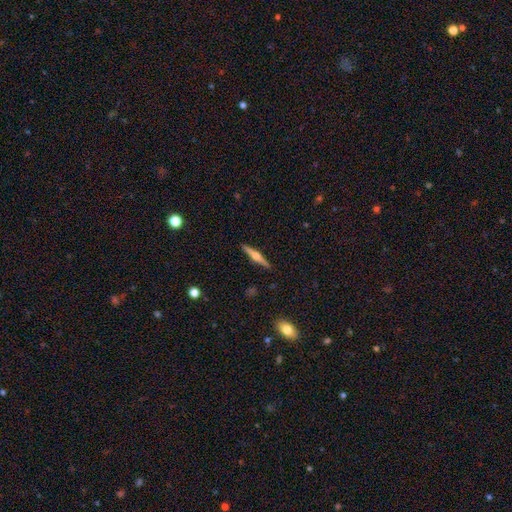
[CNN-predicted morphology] Smooth or featured?
  - featured or disk: 70% *
  - smooth: 24%
  - star or artifact: 6%
Edge-on disk?
  - yes: 98% *
  - no: 2%
Edge-on bulge?
  - rounded: 91% *
  - boxy: 5%
  - none: 4%
Merging?
  - none: 91% *
  - minor disturbance: 6%
  - major disturbance: 1%
  - merger: 1%